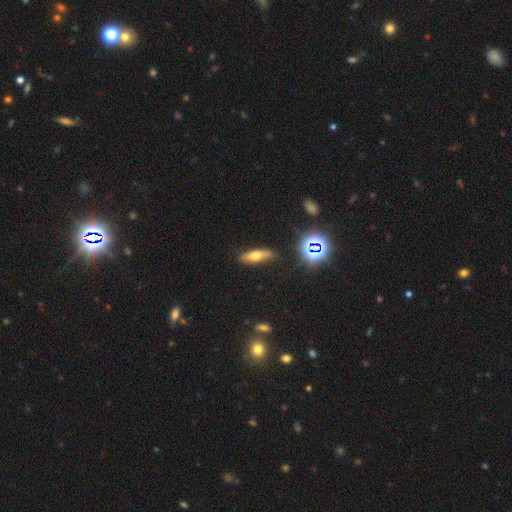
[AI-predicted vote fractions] Smooth or featured? Predicted: smooth (p=0.60). How rounded? Predicted: cigar-shaped (p=0.54). Merging? Predicted: none (p=0.83).